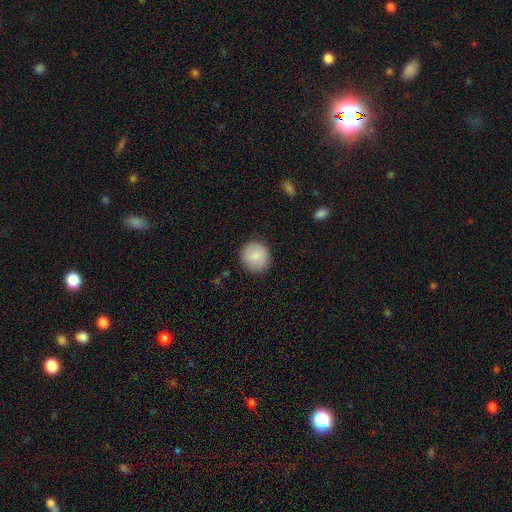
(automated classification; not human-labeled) Smooth or featured? smooth (85%)
How rounded? round (93%)
Merging? none (89%)